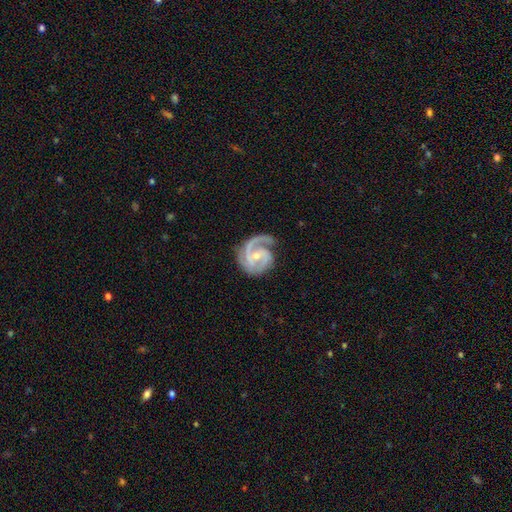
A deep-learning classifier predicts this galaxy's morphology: This is clearly a featured or disk galaxy (92%). It is clearly not viewed edge-on (98%). Bar: possibly no (46%). Spiral arm pattern: clearly yes (98%). Spiral arm count: likely 2 (62%). Spiral winding: possibly medium (47%). Central bulge: likely small (63%). Merging: likely none (68%).